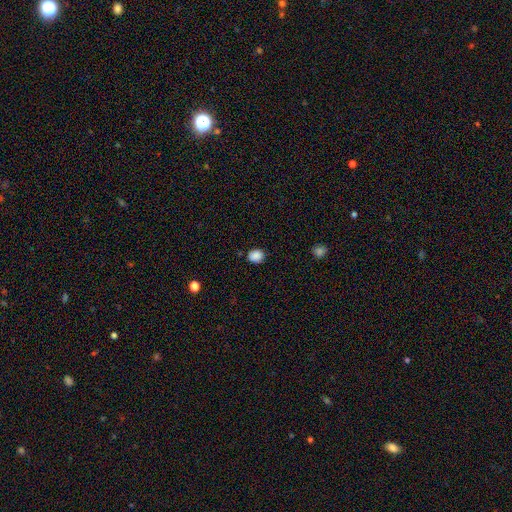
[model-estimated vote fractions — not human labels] Morphology: type=smooth (87%); roundness=round (66%); merging=none (85%).